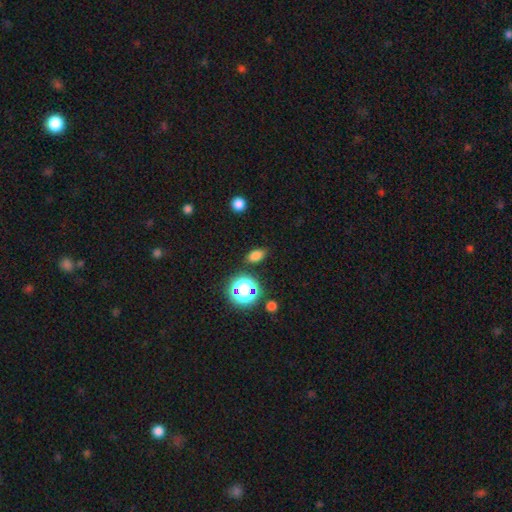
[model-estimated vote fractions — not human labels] A smooth galaxy with no disk features (73%) that is in between round and cigar-shaped (81%).

Vote fractions:
- Smooth or featured? smooth: 73% / star or artifact: 20% / featured or disk: 6%
- How rounded? in between: 81% / round: 16% / cigar-shaped: 3%
- Merging? none: 84% / minor disturbance: 11% / major disturbance: 3% / merger: 2%